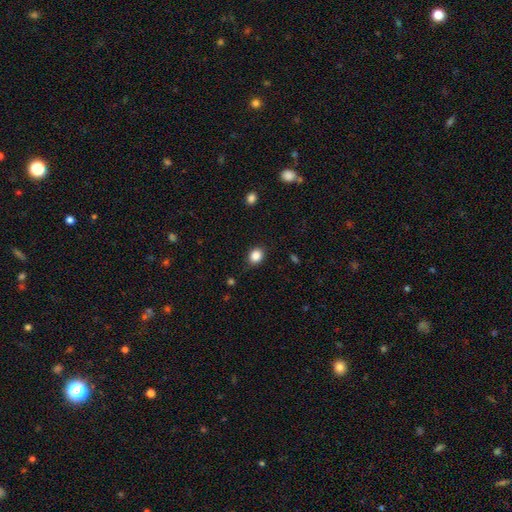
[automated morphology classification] Q: Smooth or featured?
A: smooth (87%); runner-up: star or artifact (10%)
Q: How rounded?
A: round (62%); runner-up: in between (37%)
Q: Merging?
A: none (85%); runner-up: minor disturbance (11%)